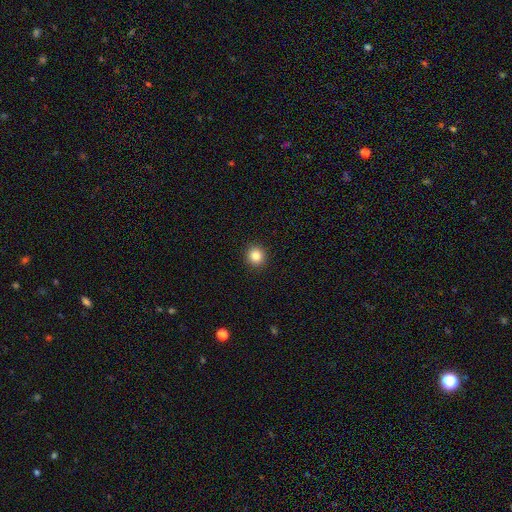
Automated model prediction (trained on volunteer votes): smooth-or-featured: smooth: 86% | star or artifact: 10% | featured or disk: 4%
  how-rounded: round: 90% | in between: 9% | cigar-shaped: 1%
  merging: none: 93% | minor disturbance: 5% | major disturbance: 2% | merger: 1%